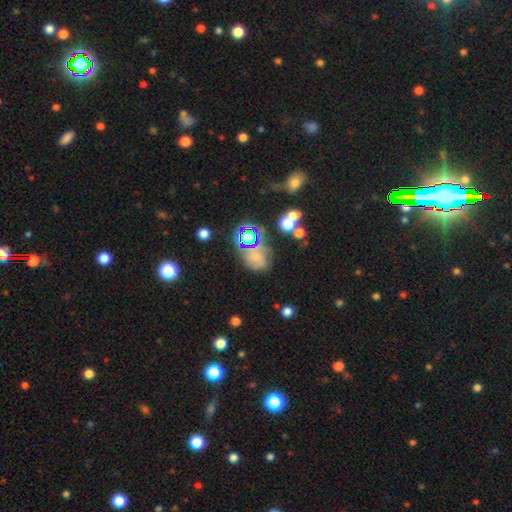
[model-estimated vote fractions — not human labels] Smooth or featured: smooth — 39% (featured or disk — 34%)
Merging: none — 51% (minor disturbance — 22%)